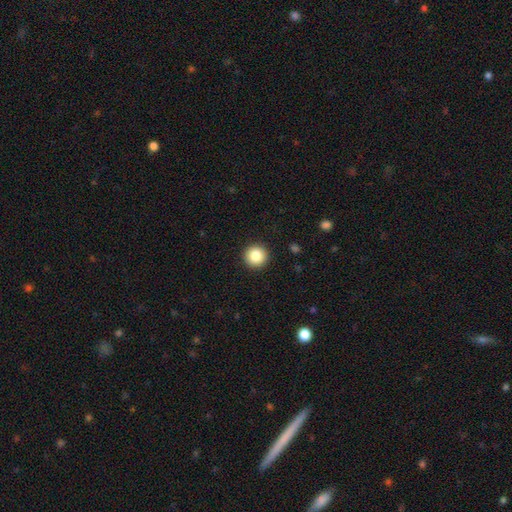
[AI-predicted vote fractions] smooth 85%, star or artifact 9%, featured or disk 5%. Down the decision tree: how rounded — round (96%); merging — none (93%).